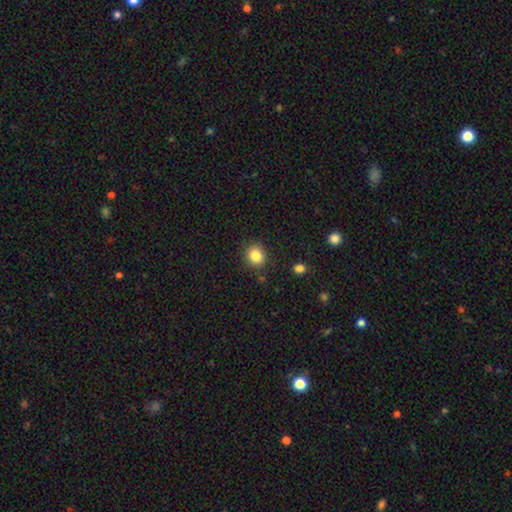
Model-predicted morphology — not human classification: Smooth or featured? Predicted: smooth (p=0.85). How rounded? Predicted: round (p=0.77). Merging? Predicted: none (p=0.87).